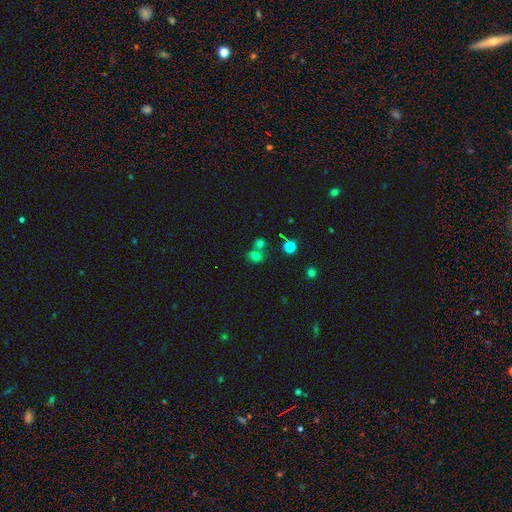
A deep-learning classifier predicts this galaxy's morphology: smooth 67%, star or artifact 22%, featured or disk 11%. Down the decision tree: how rounded — round (68%); merging — none (49%).